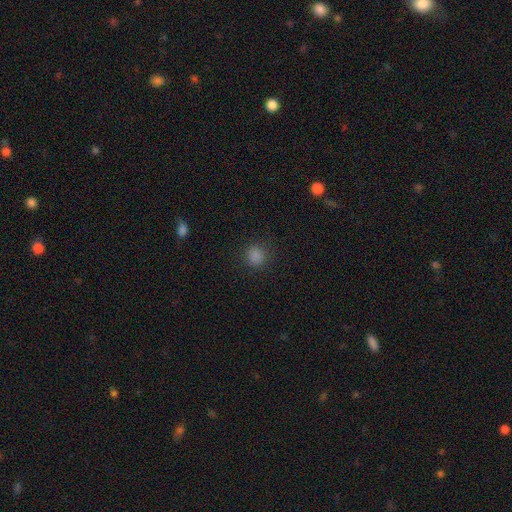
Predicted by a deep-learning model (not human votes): smooth-or-featured: smooth: 83% | star or artifact: 13% | featured or disk: 3%
  how-rounded: round: 89% | in between: 10% | cigar-shaped: 1%
  merging: none: 87% | minor disturbance: 9% | major disturbance: 3% | merger: 1%